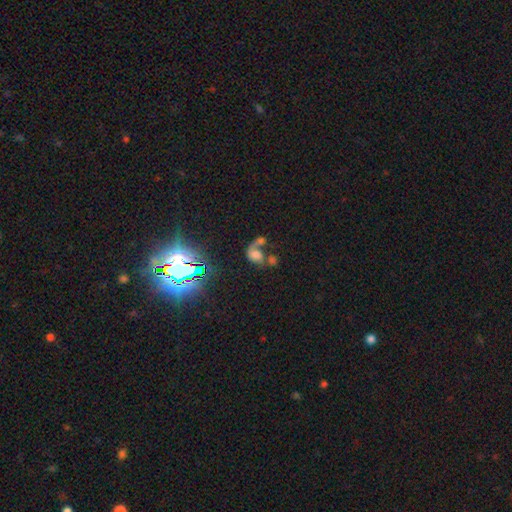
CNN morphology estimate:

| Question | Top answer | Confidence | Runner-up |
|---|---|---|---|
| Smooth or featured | star or artifact | 43% | featured or disk (29%) |